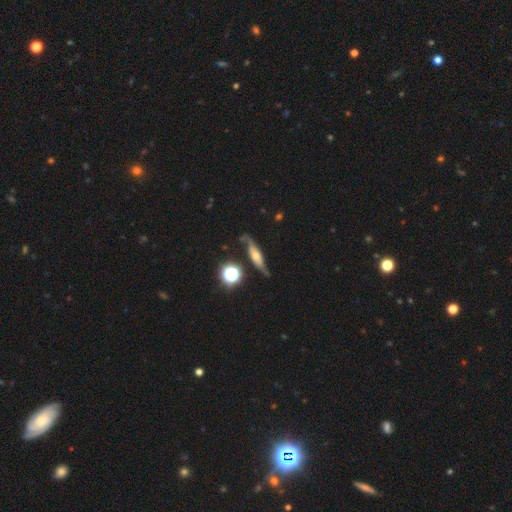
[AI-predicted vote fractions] Smooth or featured?
  - featured or disk: 68% *
  - smooth: 21%
  - star or artifact: 11%
Edge-on disk?
  - yes: 51% *
  - no: 49%
Merging?
  - none: 66% *
  - minor disturbance: 21%
  - major disturbance: 9%
  - merger: 4%